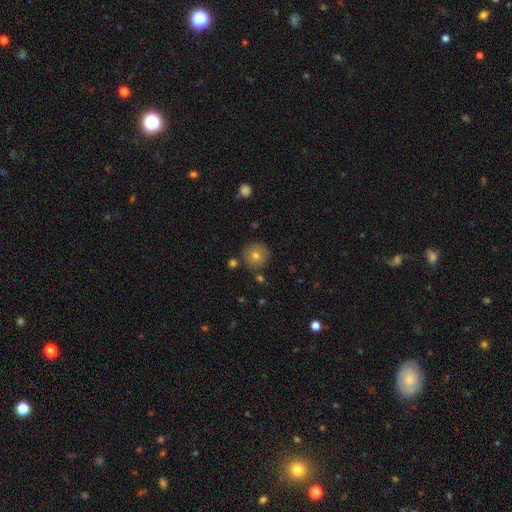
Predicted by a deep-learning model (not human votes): A smooth galaxy with no disk features (70%) that is round (95%).

Vote fractions:
- Smooth or featured? smooth: 70% / featured or disk: 19% / star or artifact: 11%
- How rounded? round: 95% / in between: 4% / cigar-shaped: 1%
- Merging? none: 83% / minor disturbance: 10% / merger: 4% / major disturbance: 3%